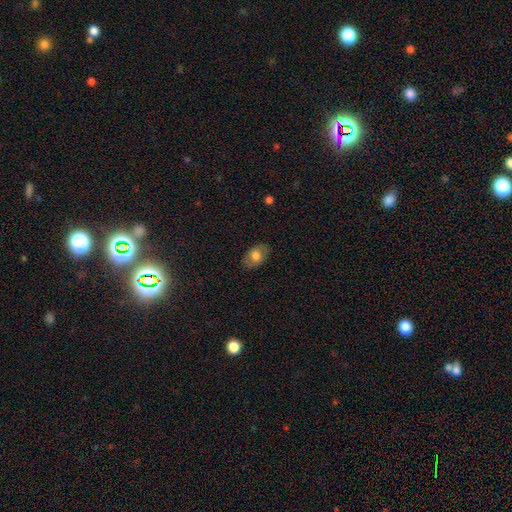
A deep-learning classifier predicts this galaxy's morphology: Q: Smooth or featured?
A: smooth (69%); runner-up: featured or disk (23%)
Q: How rounded?
A: in between (85%); runner-up: round (14%)
Q: Merging?
A: none (80%); runner-up: minor disturbance (15%)